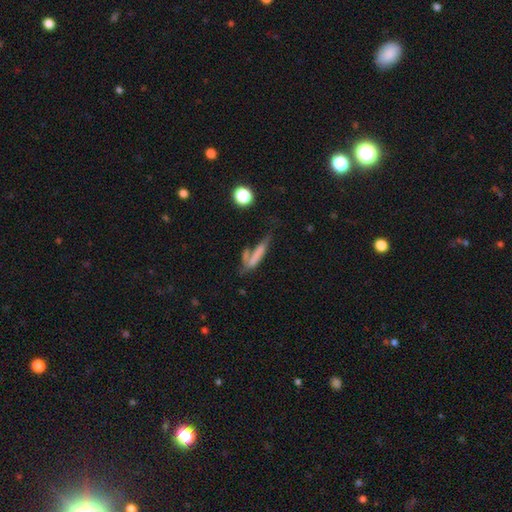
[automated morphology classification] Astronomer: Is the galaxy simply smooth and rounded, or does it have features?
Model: smooth — 62%.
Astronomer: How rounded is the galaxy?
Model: cigar-shaped — 78%.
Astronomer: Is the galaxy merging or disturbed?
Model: none — 36% (runner-up: merger, 32%).